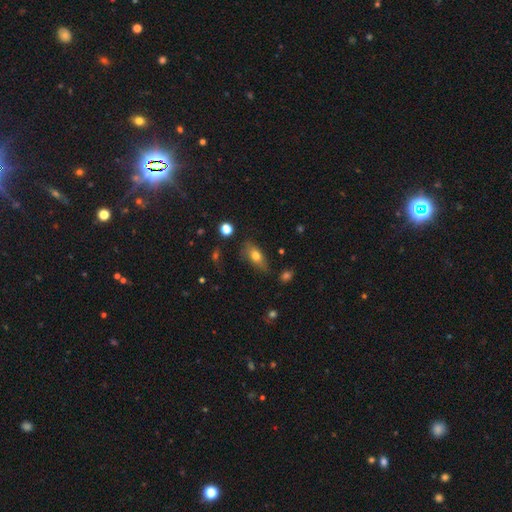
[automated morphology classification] A smooth galaxy with no disk features (69%) that is in between round and cigar-shaped (79%). Merging: none (64%).